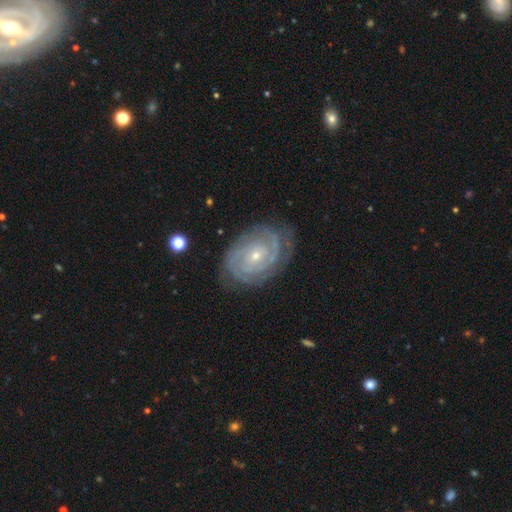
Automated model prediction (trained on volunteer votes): This appears to be a featured or disk galaxy (90%) with no bar (66%), 2 (41%) tight (81%) spiral arms (98%) and a small central bulge (71%). Merging: none (79%).